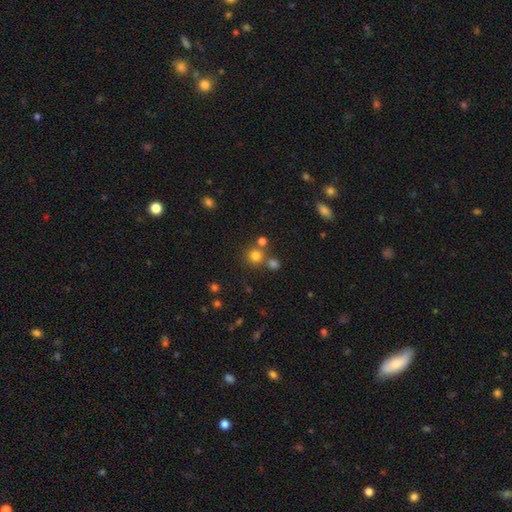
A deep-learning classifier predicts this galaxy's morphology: Smooth or featured? Predicted: smooth (p=0.75). How rounded? Predicted: round (p=0.92). Merging? Predicted: none (p=0.71).